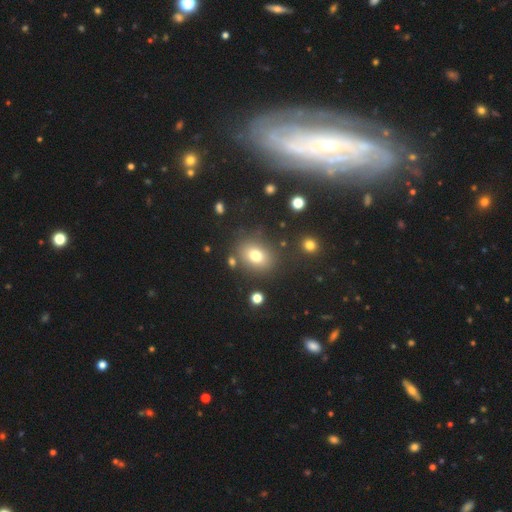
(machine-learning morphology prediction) Smooth or featured: smooth — 76% (star or artifact — 13%)
How rounded: in between — 53% (round — 45%)
Merging: none — 78% (minor disturbance — 11%)